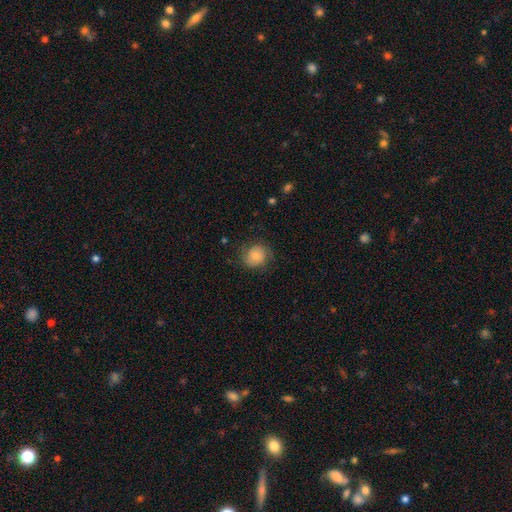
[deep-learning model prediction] This appears to be a smooth galaxy with no disk features (77%) that is round (73%). Merging: none (74%).